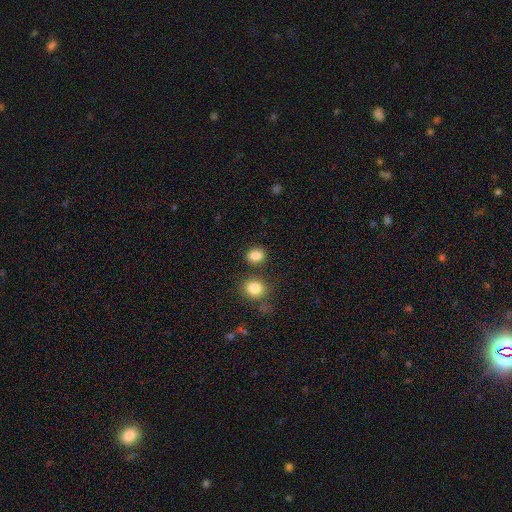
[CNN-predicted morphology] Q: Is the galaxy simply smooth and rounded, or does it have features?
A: smooth — 85%.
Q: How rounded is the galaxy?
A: round — 58%.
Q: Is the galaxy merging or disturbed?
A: none — 78%.